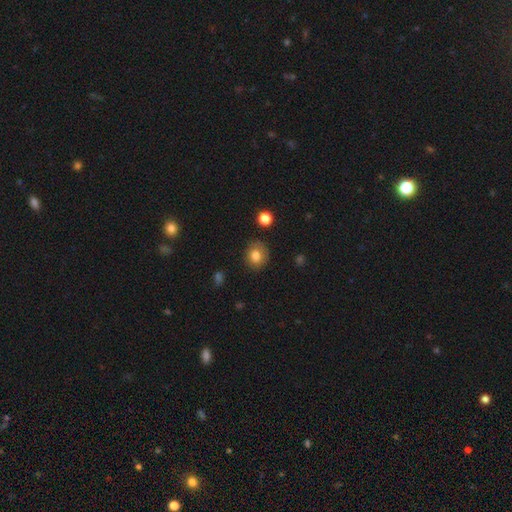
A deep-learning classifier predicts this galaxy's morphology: Overall: smooth (81%). How rounded: round (74%). Merging: none (84%).